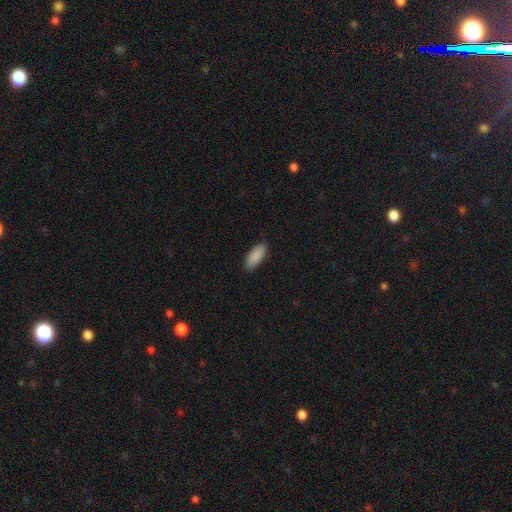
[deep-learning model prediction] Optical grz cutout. It shows a smooth galaxy with no disk features (91%) that is in between round and cigar-shaped (84%). Merging: none (88%).